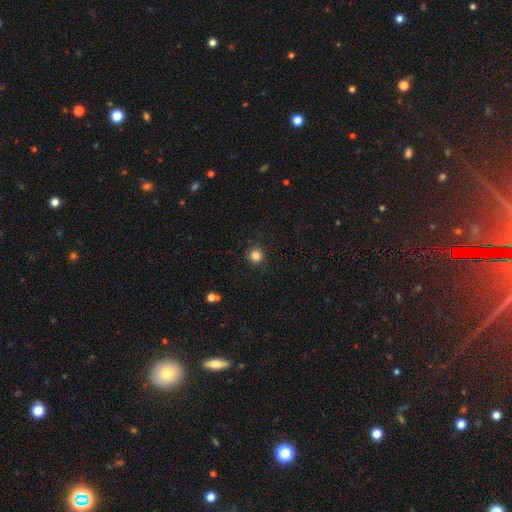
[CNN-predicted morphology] Smooth or featured?
  - smooth: 84% *
  - star or artifact: 12%
  - featured or disk: 4%
How rounded?
  - round: 95% *
  - in between: 4%
  - cigar-shaped: 1%
Merging?
  - none: 90% *
  - minor disturbance: 7%
  - major disturbance: 2%
  - merger: 1%